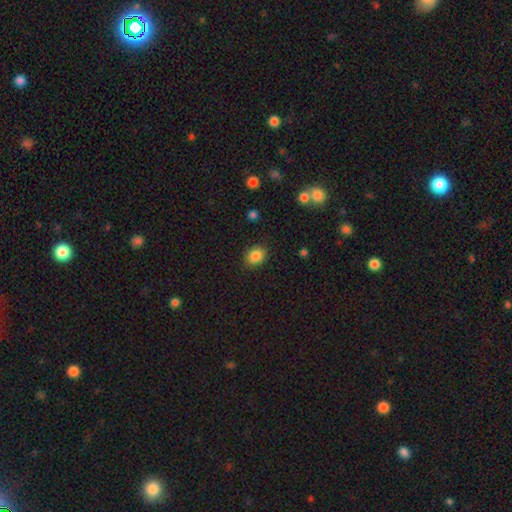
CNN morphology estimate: Overall: smooth (85%). How rounded: round (55%; in between 44%). Merging: none (88%).